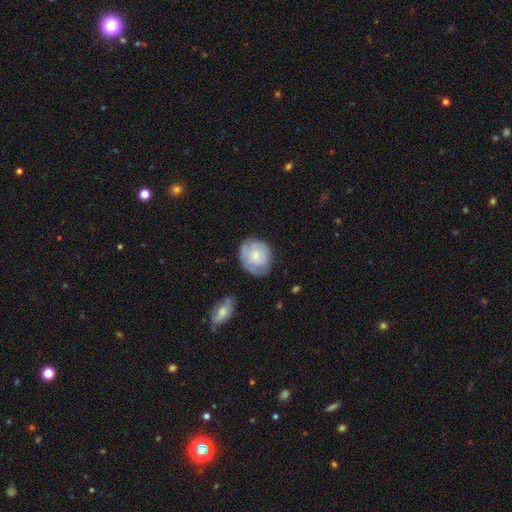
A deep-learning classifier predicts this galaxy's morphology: type=smooth (55%); roundness=round (72%); merging=none (65%).